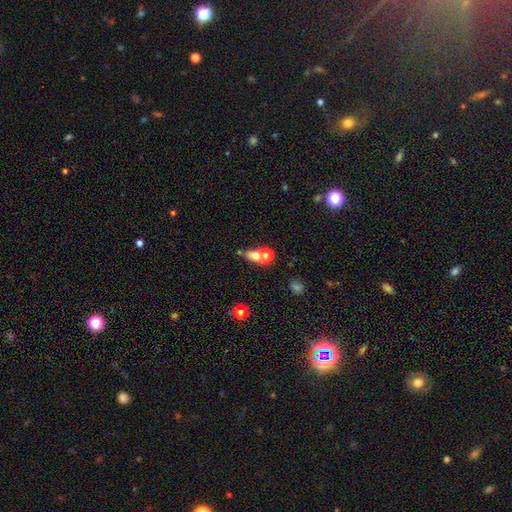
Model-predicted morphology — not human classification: Q: Smooth or featured?
A: smooth (69%); runner-up: featured or disk (17%)
Q: How rounded?
A: in between (51%); runner-up: round (44%)
Q: Merging?
A: merger (52%); runner-up: none (36%)